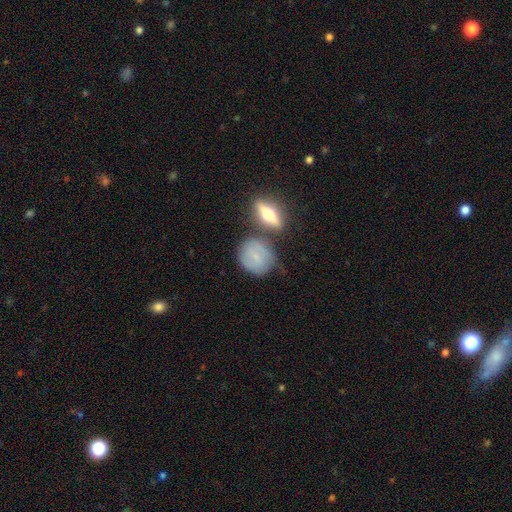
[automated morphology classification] Smooth or featured: smooth — 61% (featured or disk — 31%)
How rounded: round — 74% (in between — 23%)
Merging: none — 62% (minor disturbance — 20%)